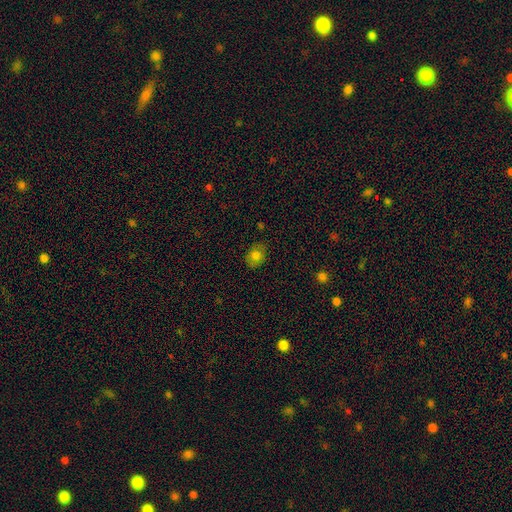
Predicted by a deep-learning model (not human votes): This appears to be a smooth galaxy with no disk features (77%) that is in between round and cigar-shaped (55%). Merging: none (78%).